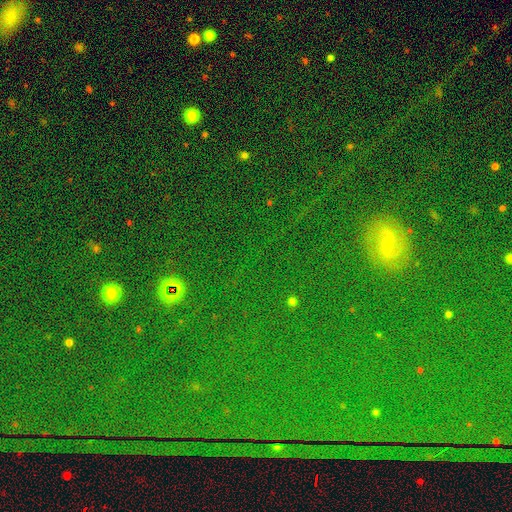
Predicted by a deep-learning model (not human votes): Smooth or featured?
  - star or artifact: 76% *
  - smooth: 15%
  - featured or disk: 9%